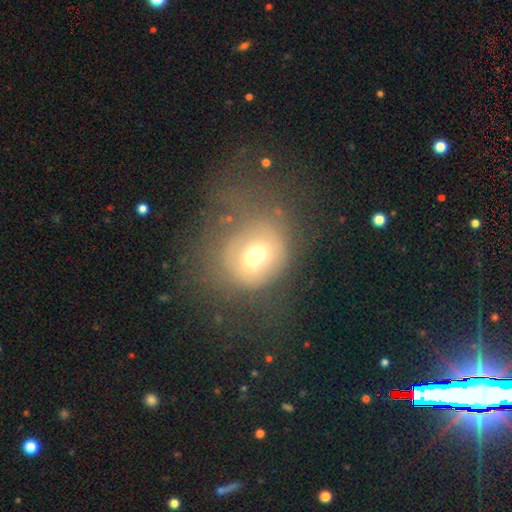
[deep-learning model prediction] Smooth or featured?
  - smooth: 58% *
  - featured or disk: 29%
  - star or artifact: 13%
How rounded?
  - round: 69% *
  - in between: 30%
  - cigar-shaped: 1%
Merging?
  - none: 45% *
  - major disturbance: 31%
  - minor disturbance: 21%
  - merger: 3%